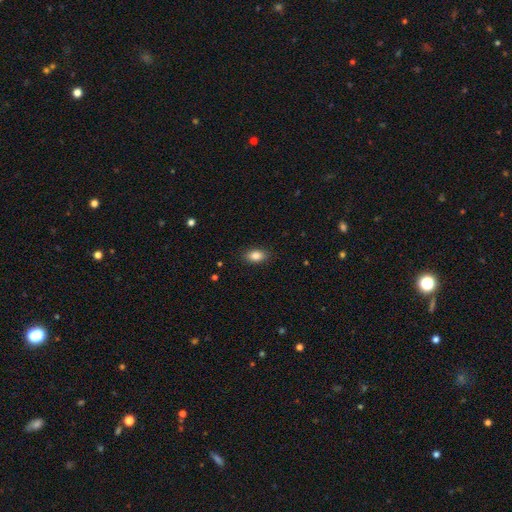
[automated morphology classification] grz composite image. It shows a smooth galaxy with no disk features (86%) that is in between round and cigar-shaped (86%). Merging: none (86%).